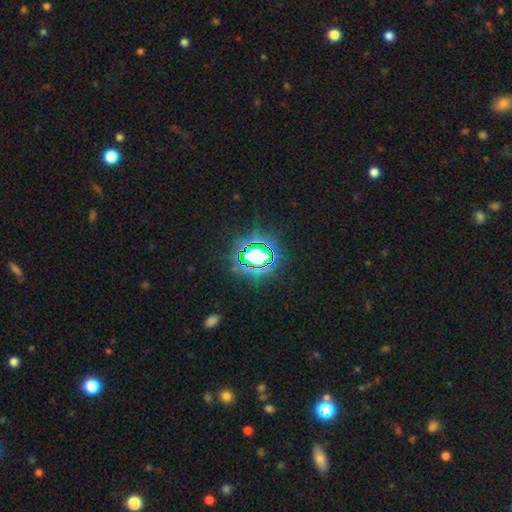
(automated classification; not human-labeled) Smooth or featured? star or artifact (73%)